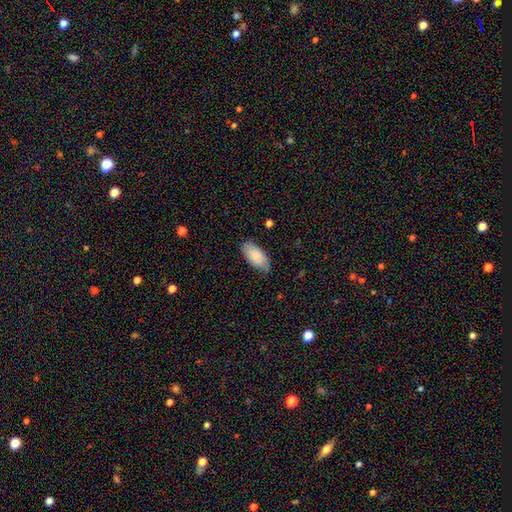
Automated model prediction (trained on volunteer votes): This is clearly a smooth galaxy (85%). How rounded: clearly in between (92%). Merging: likely none (75%).